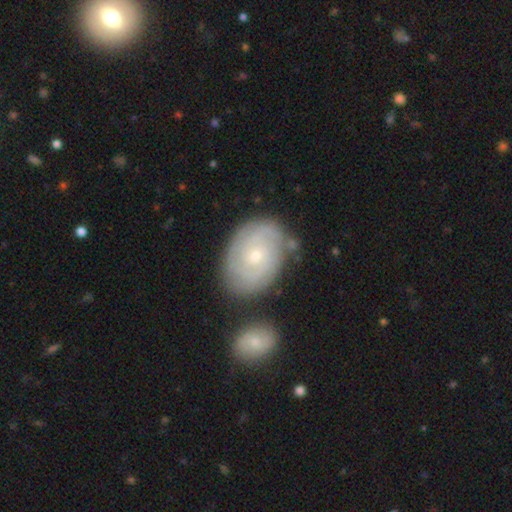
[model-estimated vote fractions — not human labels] Overall: featured or disk (81%). Edge-on disk: no (97%). Bar: no (75%). Spiral arms: yes (93%). Spiral arm count: 2 (36%; can't tell 29%). Spiral winding: tight (74%). Bulge size: small (68%; moderate 29%). Merging: none (74%).